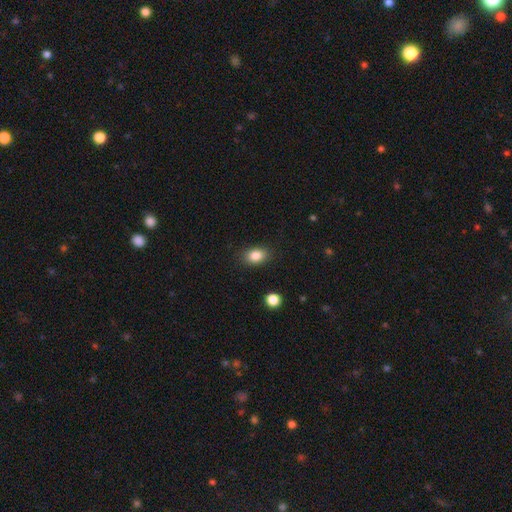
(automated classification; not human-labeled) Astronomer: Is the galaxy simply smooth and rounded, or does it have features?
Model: smooth — 84%.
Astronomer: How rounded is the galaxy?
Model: in between — 76%.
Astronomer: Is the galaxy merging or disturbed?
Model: none — 87%.